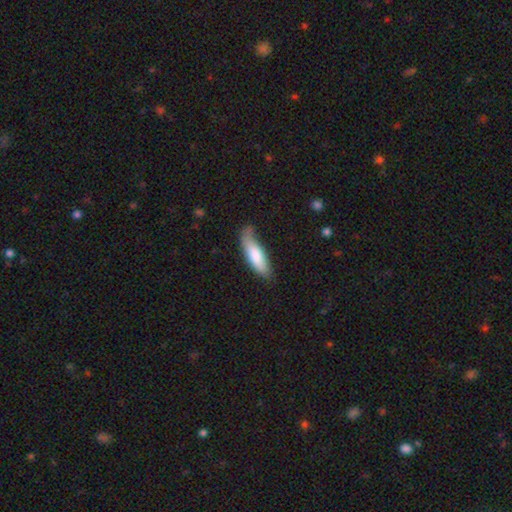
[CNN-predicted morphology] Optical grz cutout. It shows a smooth galaxy with no disk features (79%) that is cigar-shaped (51%). Merging: none (58%).